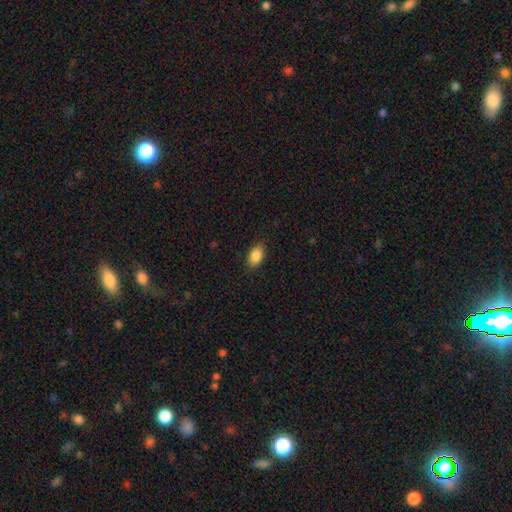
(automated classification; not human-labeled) Overall: smooth (88%). How rounded: in between (91%). Merging: none (86%).